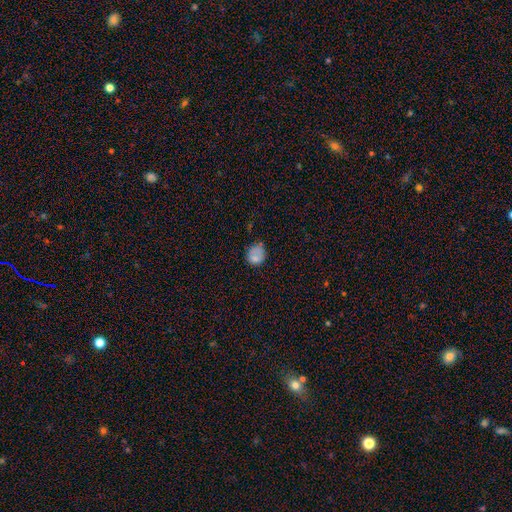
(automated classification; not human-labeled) A smooth galaxy with no disk features (74%) that is round (64%). Merging: none (54%).